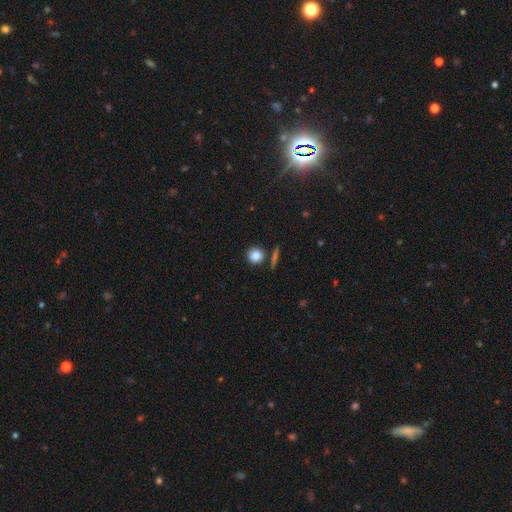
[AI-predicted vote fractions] This is clearly a smooth galaxy (85%). How rounded: clearly round (92%). Merging: clearly none (82%).